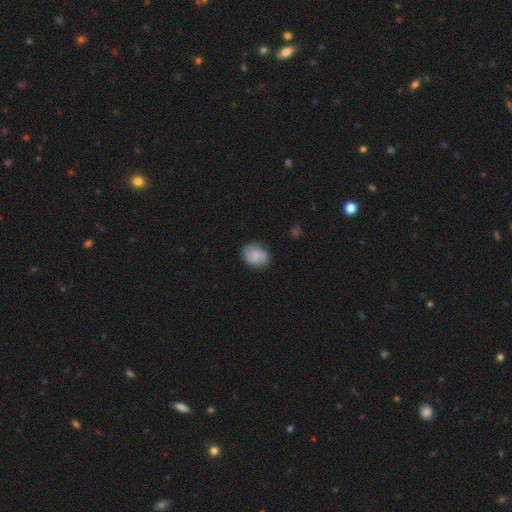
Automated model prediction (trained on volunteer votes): Q: Smooth or featured?
A: smooth (66%); runner-up: featured or disk (26%)
Q: How rounded?
A: in between (54%); runner-up: round (45%)
Q: Merging?
A: none (75%); runner-up: minor disturbance (18%)